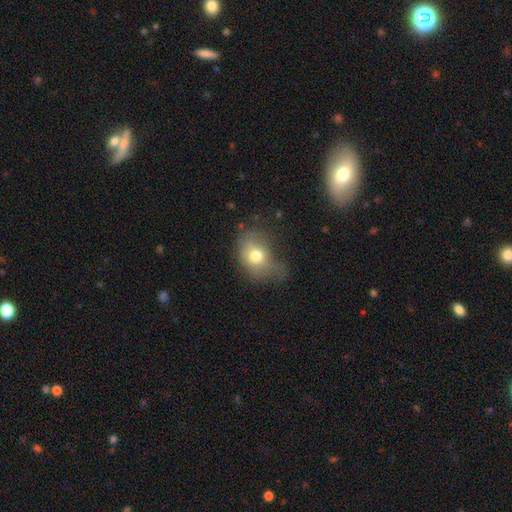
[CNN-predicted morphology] A smooth galaxy with no disk features (73%) that is in between round and cigar-shaped (62%).

Vote fractions:
- Smooth or featured? smooth: 73% / featured or disk: 17% / star or artifact: 10%
- How rounded? in between: 62% / round: 36% / cigar-shaped: 1%
- Merging? minor disturbance: 35% / none: 34% / major disturbance: 27% / merger: 3%